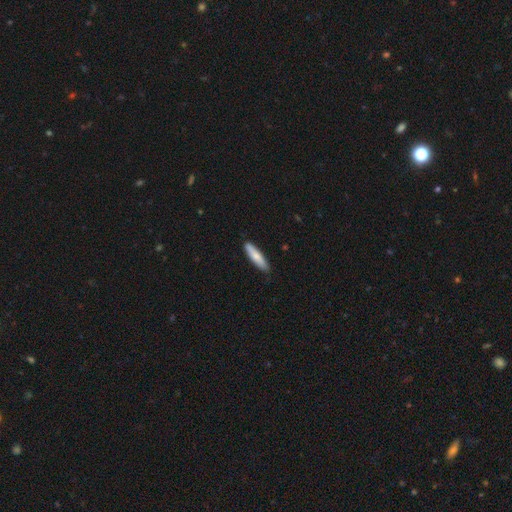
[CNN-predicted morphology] The model was most divided on "how rounded": cigar-shaped: 73%, in between: 26%, round: 2%. More confident: merging — none (87%); smooth or featured — smooth (75%).